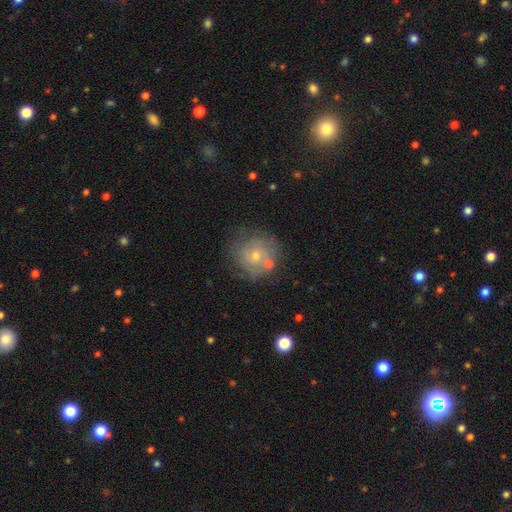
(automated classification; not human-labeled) Morphology: type=featured or disk (49%); merging=none (67%).